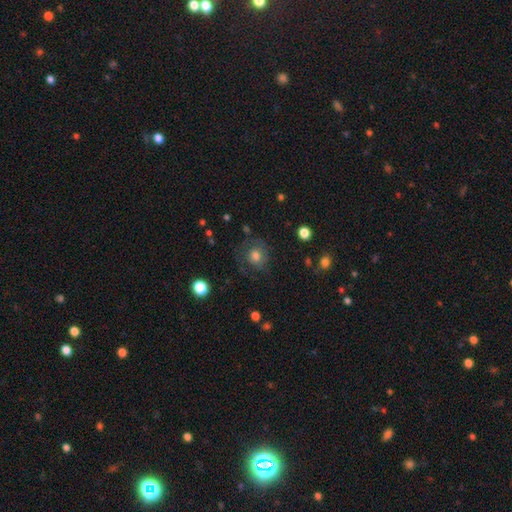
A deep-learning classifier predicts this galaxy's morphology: smooth_or_featured: smooth (p=0.64) [alt: featured or disk p=0.24]
how_rounded: round (p=0.84) [alt: in between p=0.15]
merging: none (p=0.67) [alt: minor disturbance p=0.17]